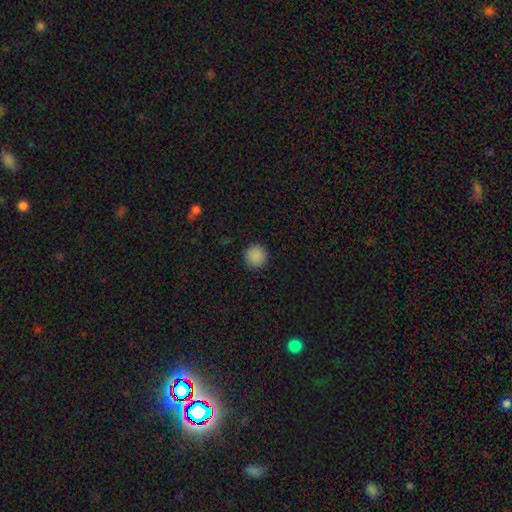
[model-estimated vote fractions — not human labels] Smooth or featured? Predicted: smooth (p=0.88). How rounded? Predicted: round (p=0.95). Merging? Predicted: none (p=0.92).